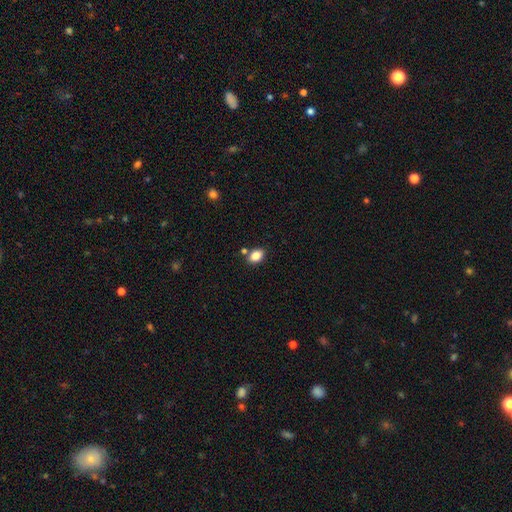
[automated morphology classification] smooth_or_featured: smooth (p=0.85) [alt: star or artifact p=0.09]
how_rounded: in between (p=0.79) [alt: round p=0.20]
merging: none (p=0.75) [alt: minor disturbance p=0.12]